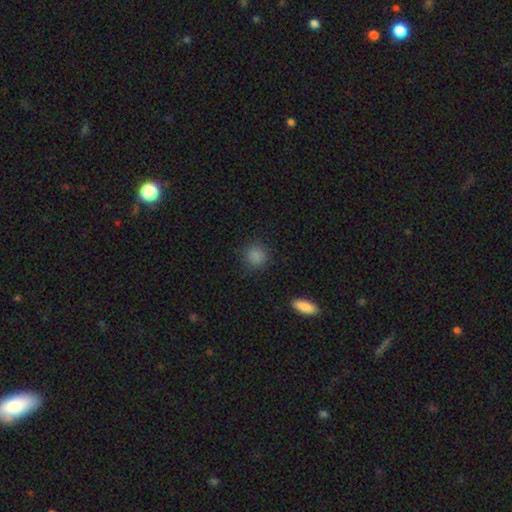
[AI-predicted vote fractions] Q: Smooth or featured?
A: smooth (85%); runner-up: star or artifact (12%)
Q: How rounded?
A: round (90%); runner-up: in between (9%)
Q: Merging?
A: none (87%); runner-up: minor disturbance (9%)